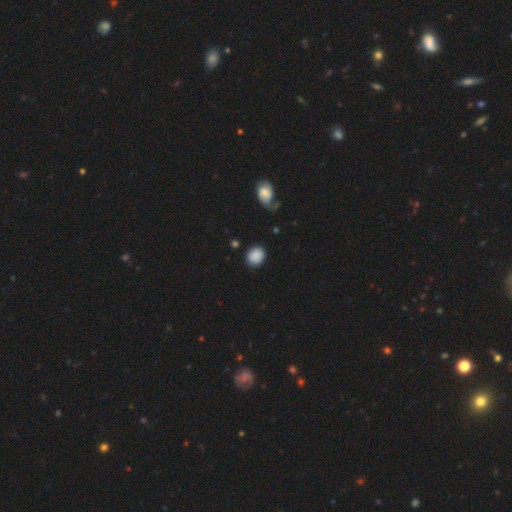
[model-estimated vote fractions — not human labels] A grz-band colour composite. It shows a smooth galaxy with no disk features (87%) that is round (70%). Merging: none (83%).